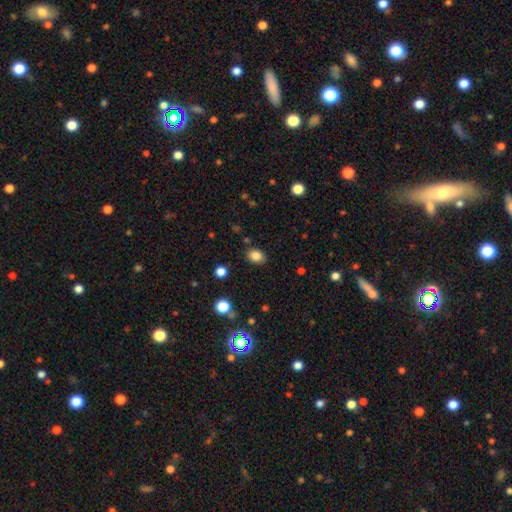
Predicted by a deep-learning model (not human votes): Smooth or featured? Predicted: smooth (p=0.84). How rounded? Predicted: in between (p=0.65). Merging? Predicted: none (p=0.86).